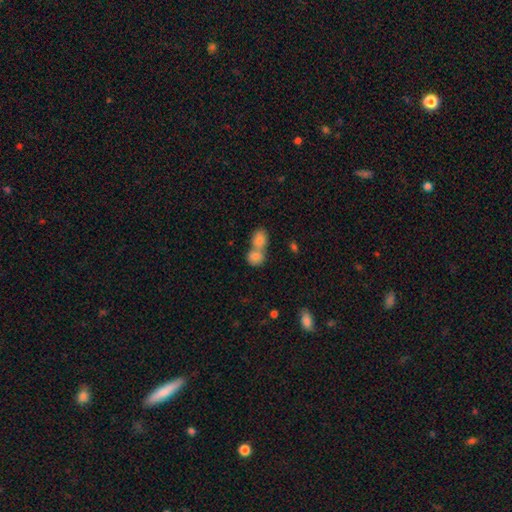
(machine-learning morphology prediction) This is clearly a smooth galaxy (83%). How rounded: possibly round (56%). Merging: likely merger (67%).